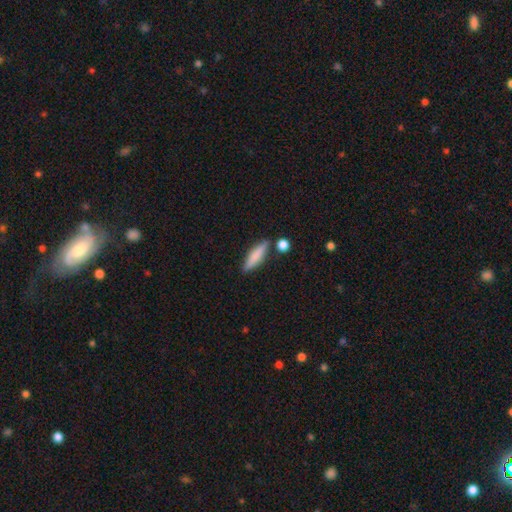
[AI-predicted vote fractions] Smooth or featured: smooth — 73% (featured or disk — 20%)
How rounded: cigar-shaped — 73% (in between — 25%)
Merging: none — 77% (minor disturbance — 12%)